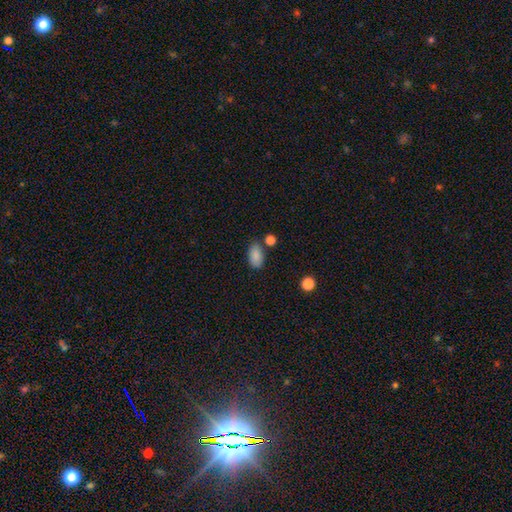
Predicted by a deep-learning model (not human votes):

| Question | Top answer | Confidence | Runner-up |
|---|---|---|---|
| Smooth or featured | smooth | 86% | star or artifact (8%) |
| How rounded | in between | 92% | round (6%) |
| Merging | none | 71% | minor disturbance (16%) |